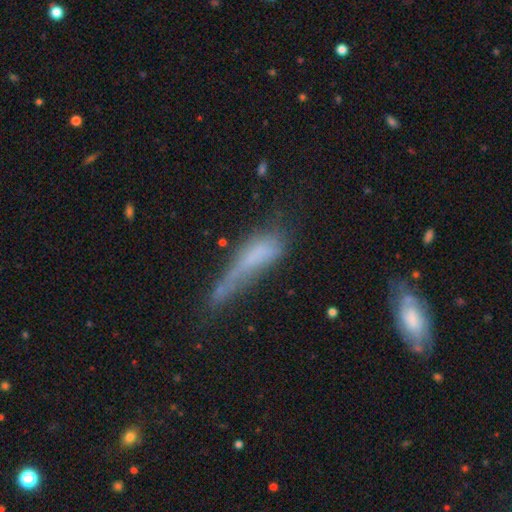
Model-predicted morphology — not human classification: Smooth or featured? Predicted: smooth (p=0.57). How rounded? Predicted: cigar-shaped (p=0.68). Merging? Predicted: major disturbance (p=0.35).